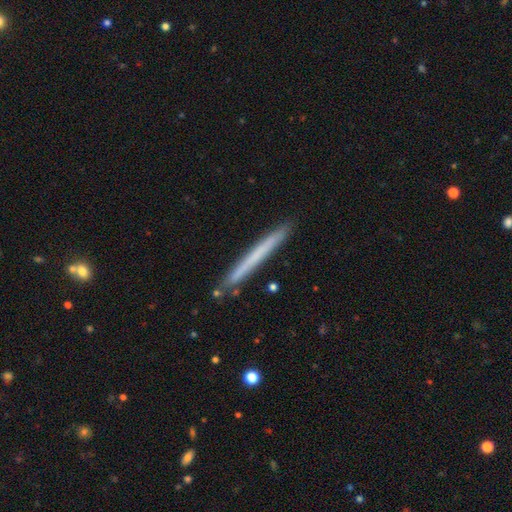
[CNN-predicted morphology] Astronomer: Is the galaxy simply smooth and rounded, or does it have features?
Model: smooth — 57% (runner-up: featured or disk, 37%).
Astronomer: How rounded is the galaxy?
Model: cigar-shaped — 97%.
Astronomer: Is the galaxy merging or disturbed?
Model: none — 89%.